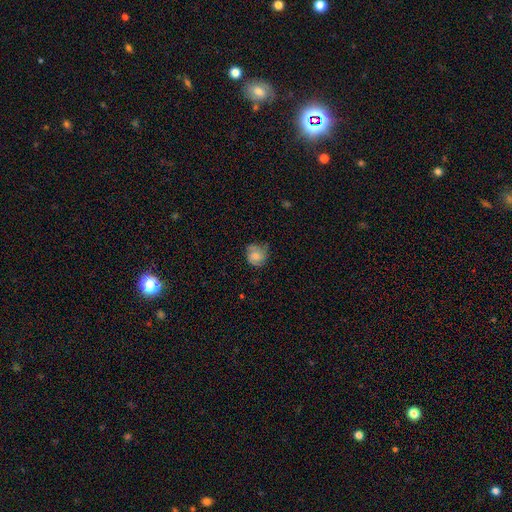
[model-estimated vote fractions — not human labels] smooth 53%, featured or disk 39%, star or artifact 8%. Down the decision tree: how rounded — round (79%); merging — none (61%).